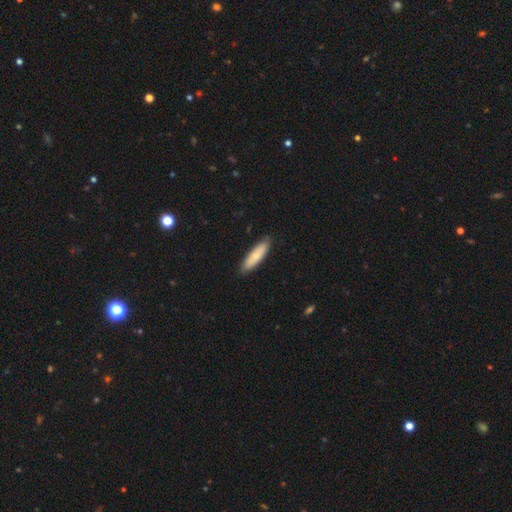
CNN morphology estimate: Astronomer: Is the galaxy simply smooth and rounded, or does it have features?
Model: smooth — 78%.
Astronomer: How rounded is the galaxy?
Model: cigar-shaped — 61% (runner-up: in between, 38%).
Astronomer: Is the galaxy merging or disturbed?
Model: none — 85%.